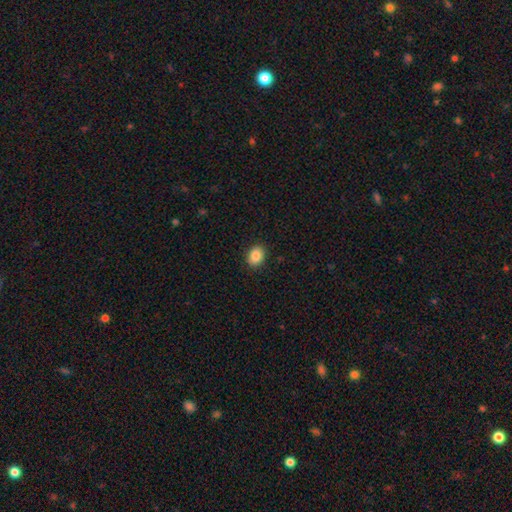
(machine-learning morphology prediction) The model was most divided on "how rounded": in between: 63%, round: 36%, cigar-shaped: 1%. More confident: merging — none (90%); smooth or featured — smooth (87%).